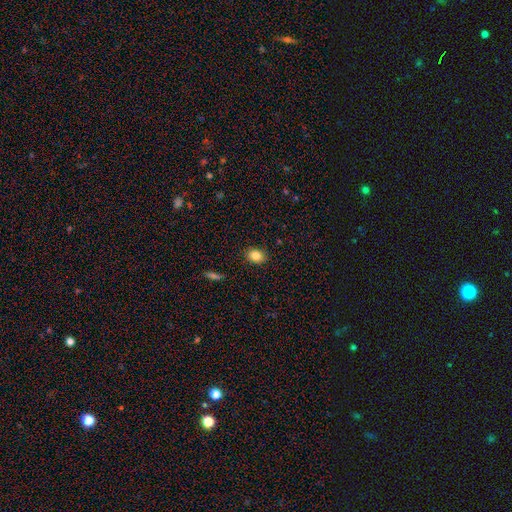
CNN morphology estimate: smooth_or_featured: smooth (p=0.83) [alt: star or artifact p=0.10]
how_rounded: in between (p=0.63) [alt: round p=0.36]
merging: none (p=0.89) [alt: minor disturbance p=0.08]